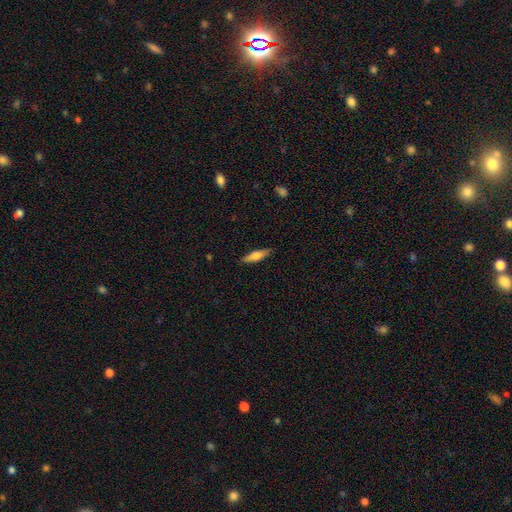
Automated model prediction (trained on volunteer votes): smooth-or-featured: smooth: 64% | featured or disk: 31% | star or artifact: 6%
  how-rounded: cigar-shaped: 71% | in between: 27% | round: 2%
  merging: none: 87% | minor disturbance: 10% | major disturbance: 2% | merger: 1%